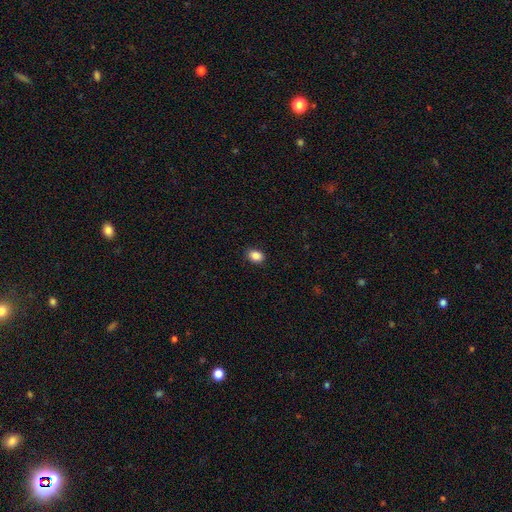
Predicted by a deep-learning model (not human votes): A smooth galaxy with no disk features (88%) that is in between round and cigar-shaped (72%). Merging: none (89%).